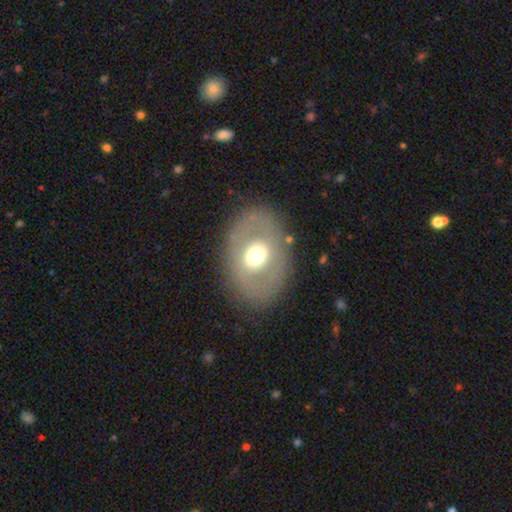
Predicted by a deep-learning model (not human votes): This appears to be a featured or disk galaxy (53%). Merging: none (84%).